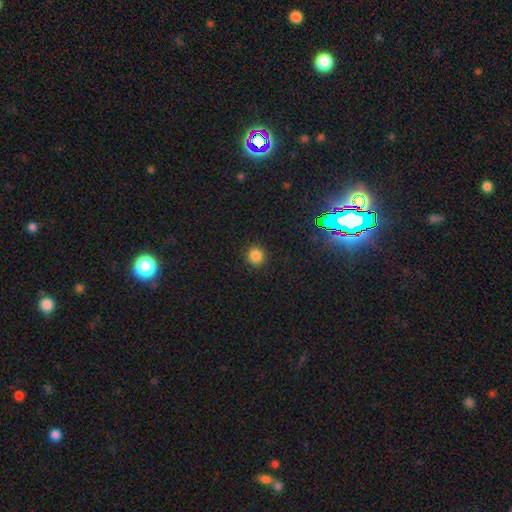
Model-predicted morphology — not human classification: This is clearly a smooth galaxy (83%). How rounded: clearly round (91%). Merging: clearly none (91%).